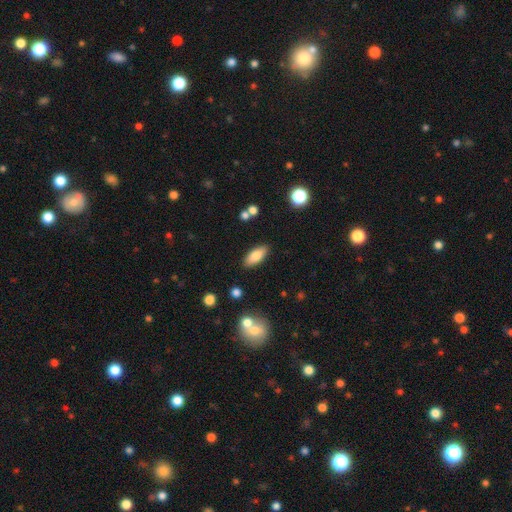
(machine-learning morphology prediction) Smooth or featured? smooth (78%)
How rounded? in between (80%)
Merging? none (86%)